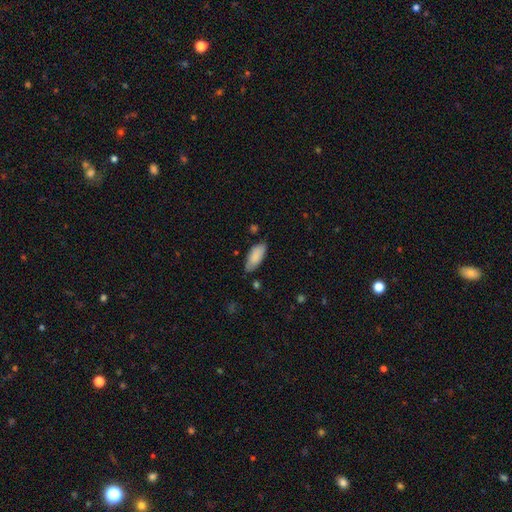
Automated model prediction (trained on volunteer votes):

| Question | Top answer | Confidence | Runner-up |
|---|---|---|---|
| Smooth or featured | smooth | 85% | featured or disk (9%) |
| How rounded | in between | 85% | cigar-shaped (13%) |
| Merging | none | 76% | minor disturbance (19%) |